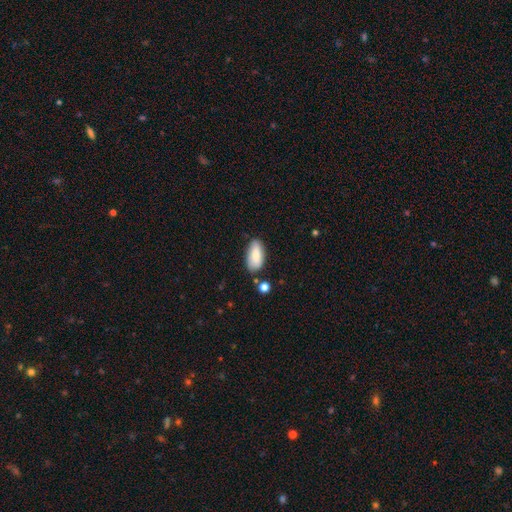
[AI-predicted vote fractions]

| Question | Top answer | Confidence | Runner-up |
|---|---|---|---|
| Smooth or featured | smooth | 82% | featured or disk (11%) |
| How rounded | in between | 91% | cigar-shaped (7%) |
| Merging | none | 75% | minor disturbance (17%) |